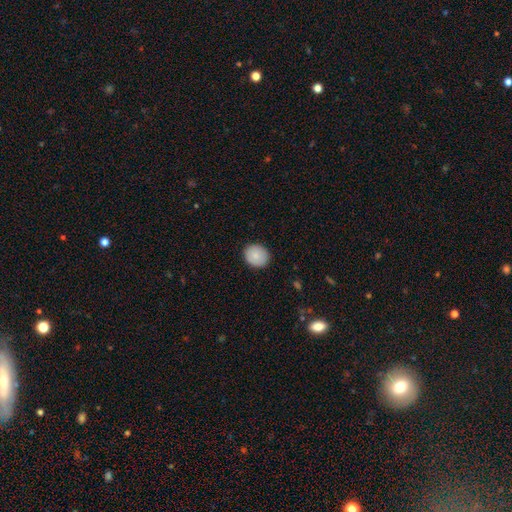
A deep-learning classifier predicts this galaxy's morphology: Smooth or featured? smooth (84%)
How rounded? round (73%)
Merging? none (89%)